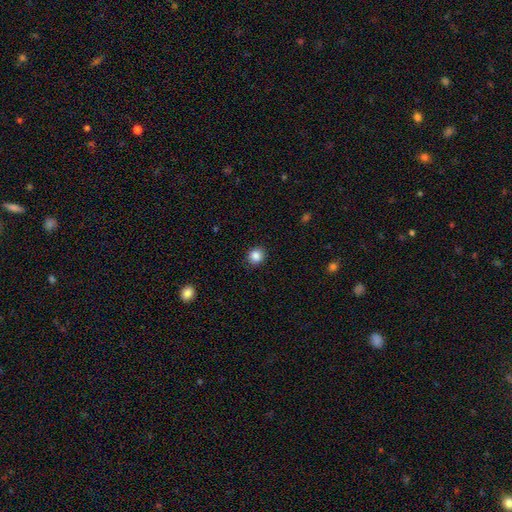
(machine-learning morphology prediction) This appears to be a smooth galaxy with no disk features (86%) that is round (82%). Merging: none (89%).